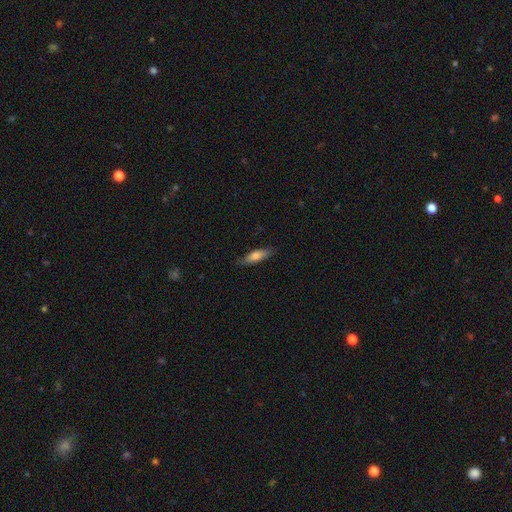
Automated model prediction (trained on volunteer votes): smooth 71%, featured or disk 22%, star or artifact 6%. Down the decision tree: how rounded — cigar-shaped (55%); merging — none (83%).